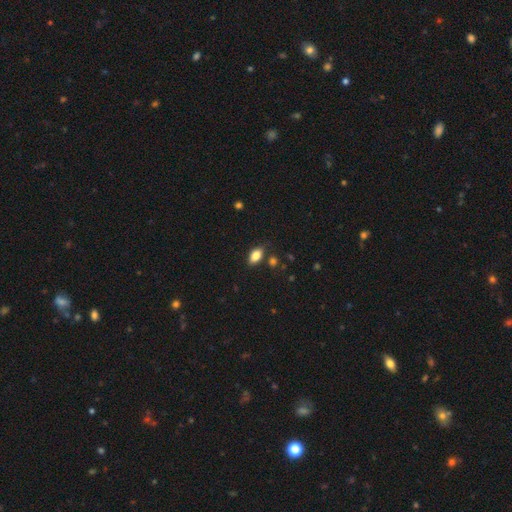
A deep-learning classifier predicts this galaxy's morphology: Smooth or featured? Predicted: smooth (p=0.83). How rounded? Predicted: in between (p=0.89). Merging? Predicted: none (p=0.81).